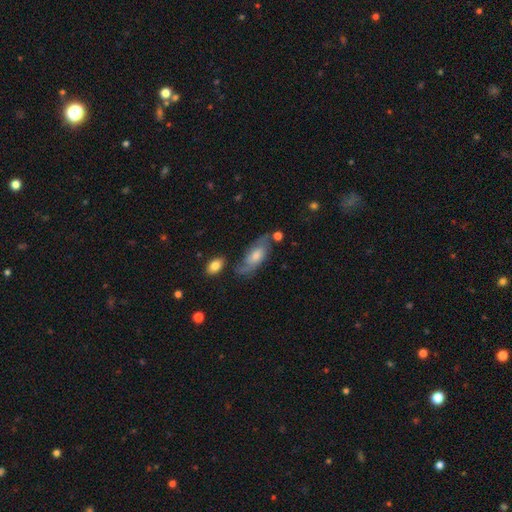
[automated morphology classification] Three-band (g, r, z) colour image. It shows a featured or disk galaxy (61%) with no bar (66%), spiral arms (83%) and a moderate central bulge (48%). Merging: none (65%).